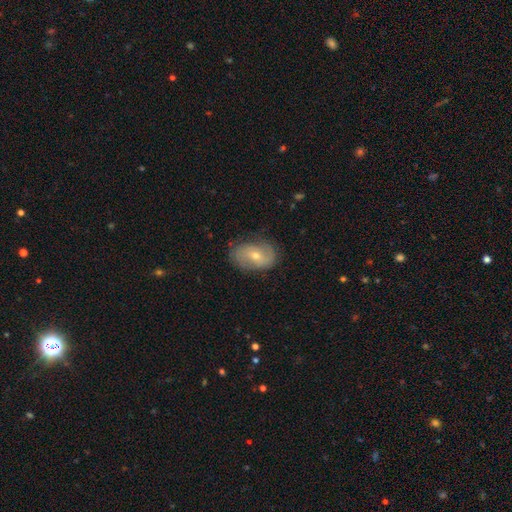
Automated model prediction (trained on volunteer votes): Overall: featured or disk (64%; smooth 28%). Edge-on disk: no (95%). Bar: no (53%; weak 35%). Spiral arms: yes (78%). Bulge size: small (54%; moderate 43%). Merging: none (76%).